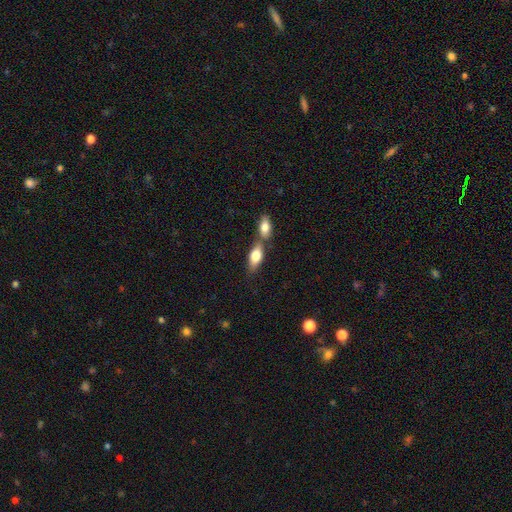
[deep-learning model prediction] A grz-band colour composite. It shows a smooth galaxy with no disk features (76%) that is in between round and cigar-shaped (83%). Merging: merger (47%).